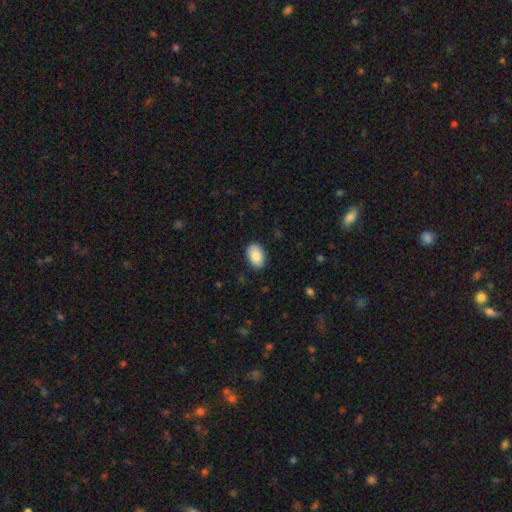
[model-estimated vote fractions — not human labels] Overall: smooth (89%). How rounded: in between (88%). Merging: none (87%).